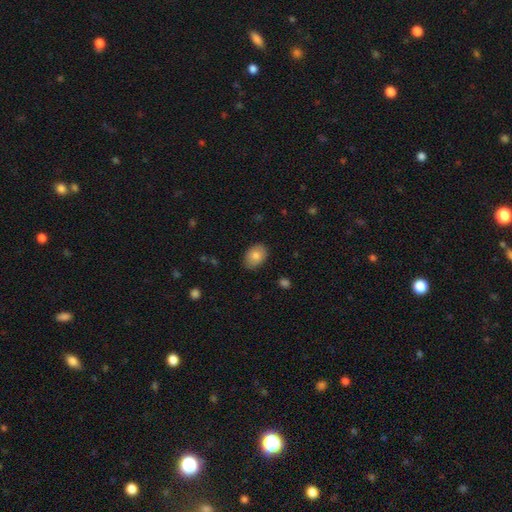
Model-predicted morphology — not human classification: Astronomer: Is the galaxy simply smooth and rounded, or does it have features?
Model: smooth — 83%.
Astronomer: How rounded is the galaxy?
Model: in between — 76%.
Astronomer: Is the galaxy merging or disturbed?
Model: none — 85%.